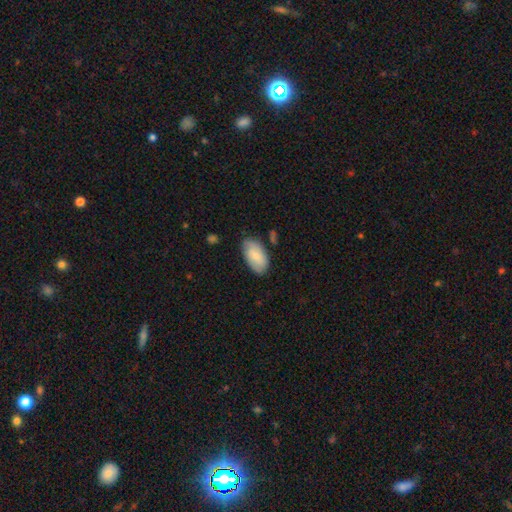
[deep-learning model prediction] Morphology: type=smooth (77%); roundness=in between (95%); merging=none (75%).